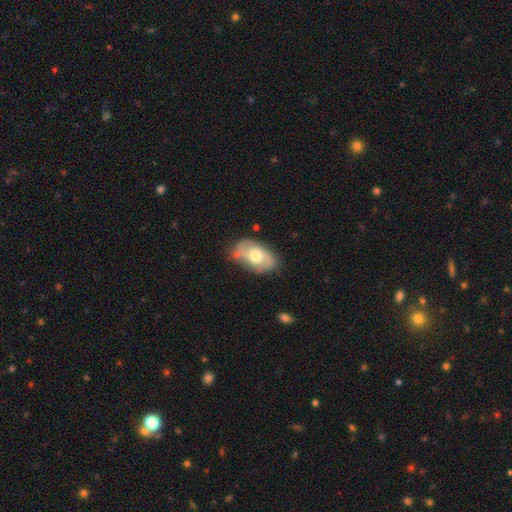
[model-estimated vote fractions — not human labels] Smooth or featured? featured or disk (56%)
Edge-on disk? no (94%)
Bar? no (60%)
Spiral arms? yes (73%)
Bulge size? moderate (66%)
Merging? none (70%)